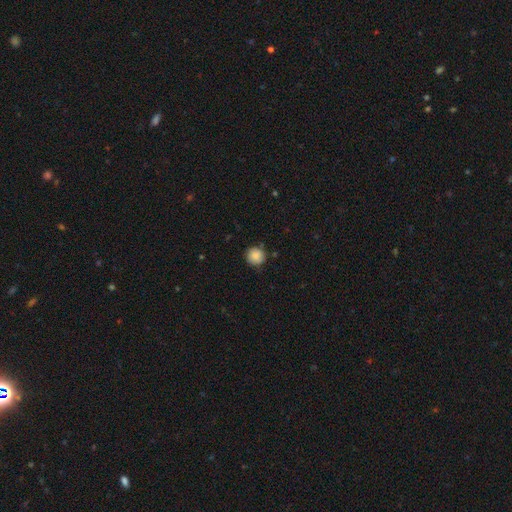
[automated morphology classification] smooth-or-featured: smooth: 85% | star or artifact: 8% | featured or disk: 6%
  how-rounded: round: 92% | in between: 7% | cigar-shaped: 1%
  merging: none: 81% | minor disturbance: 14% | major disturbance: 3% | merger: 2%